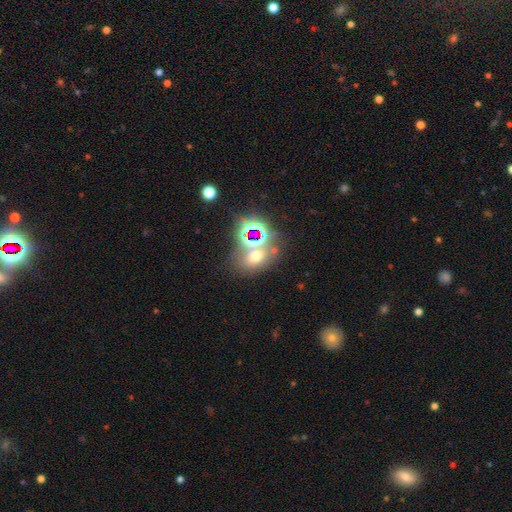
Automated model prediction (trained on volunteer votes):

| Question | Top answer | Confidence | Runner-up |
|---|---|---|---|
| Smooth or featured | smooth | 48% | star or artifact (39%) |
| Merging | none | 57% | merger (26%) |